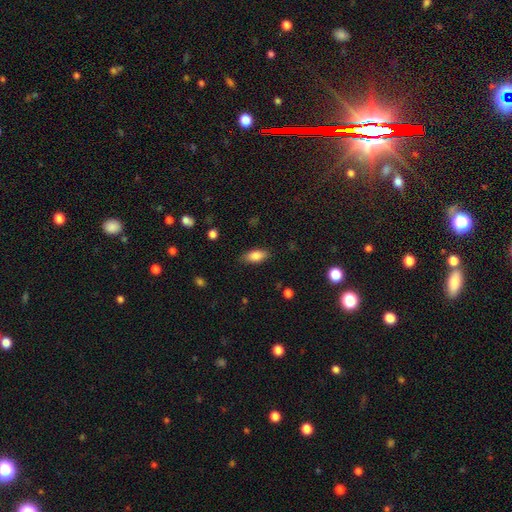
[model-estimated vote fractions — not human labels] Q: Smooth or featured?
A: smooth (82%); runner-up: featured or disk (11%)
Q: How rounded?
A: in between (86%); runner-up: cigar-shaped (11%)
Q: Merging?
A: none (84%); runner-up: minor disturbance (12%)